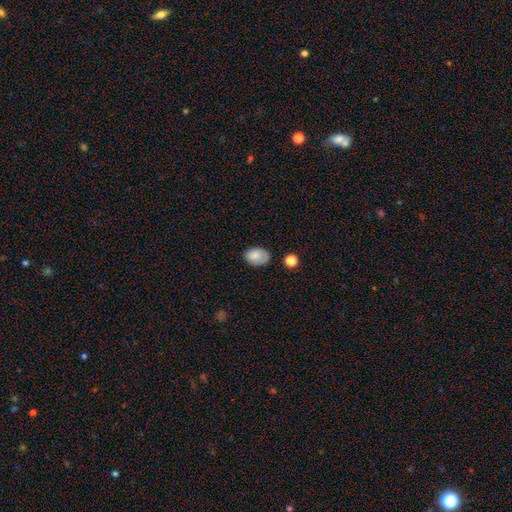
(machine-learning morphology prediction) smooth_or_featured: smooth (p=0.83) [alt: featured or disk p=0.09]
how_rounded: in between (p=0.84) [alt: round p=0.15]
merging: none (p=0.69) [alt: minor disturbance p=0.23]